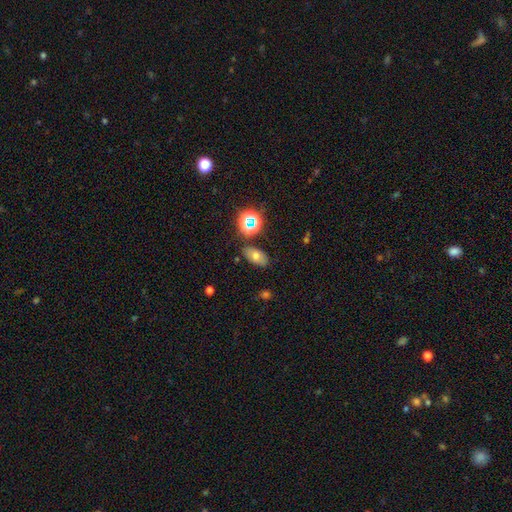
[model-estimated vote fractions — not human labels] Smooth or featured: smooth — 63% (featured or disk — 19%)
How rounded: in between — 87% (round — 10%)
Merging: none — 80% (minor disturbance — 13%)